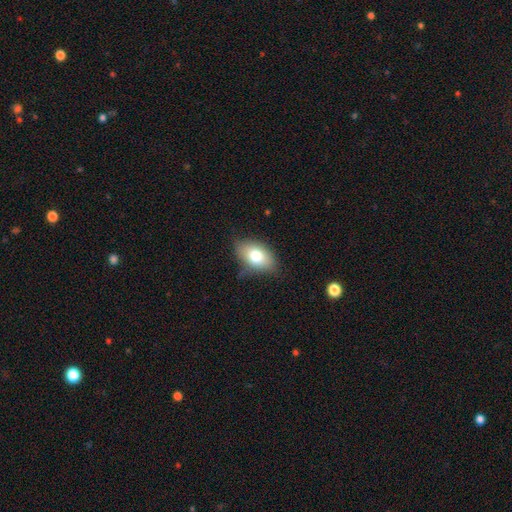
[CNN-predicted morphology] The model was most divided on "merging": none: 70%, minor disturbance: 23%, major disturbance: 5%, merger: 2%. More confident: how rounded — in between (89%); smooth or featured — smooth (76%).